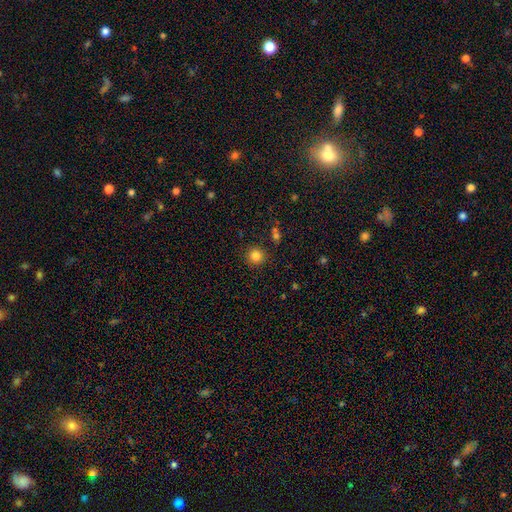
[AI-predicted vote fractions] Smooth or featured? smooth (83%)
How rounded? round (93%)
Merging? none (88%)